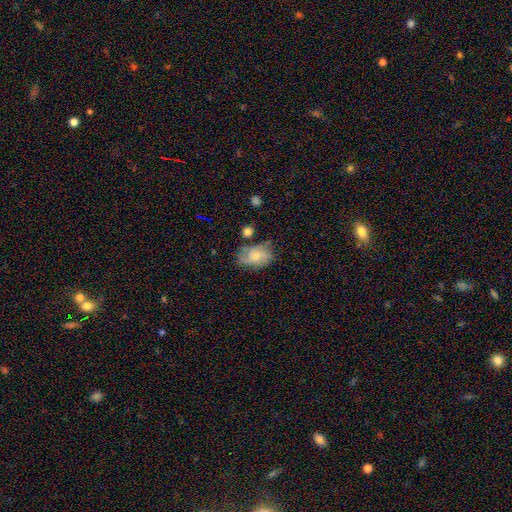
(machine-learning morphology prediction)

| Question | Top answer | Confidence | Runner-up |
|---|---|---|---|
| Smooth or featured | featured or disk | 47% | smooth (45%) |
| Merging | none | 56% | minor disturbance (27%) |